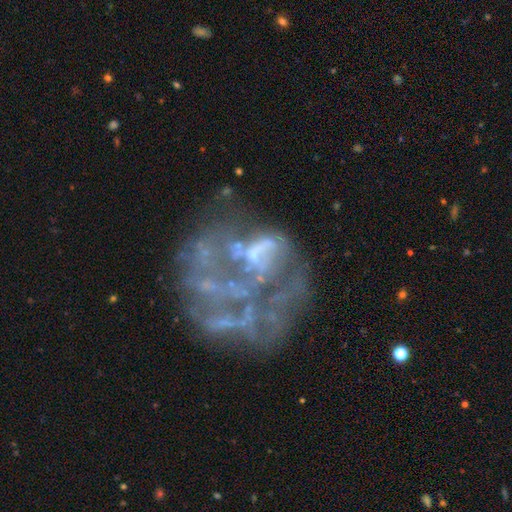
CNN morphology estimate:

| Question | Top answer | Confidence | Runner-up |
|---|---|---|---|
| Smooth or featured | featured or disk | 72% | star or artifact (16%) |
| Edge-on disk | no | 98% | yes (2%) |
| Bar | no | 86% | weak (10%) |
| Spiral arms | no | 82% | yes (18%) |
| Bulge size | none | 73% | small (14%) |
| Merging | major disturbance | 44% | none (28%) |